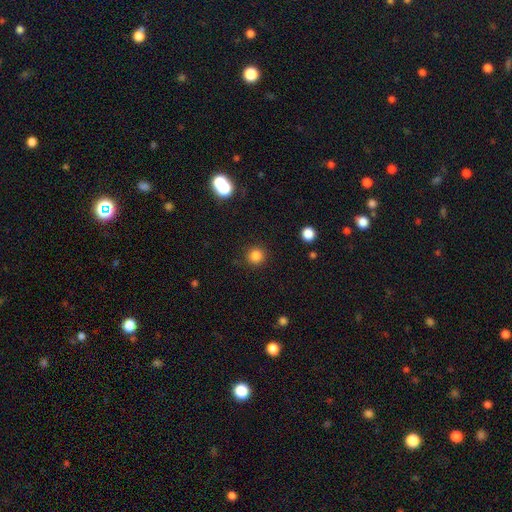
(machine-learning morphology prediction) smooth 84%, star or artifact 12%, featured or disk 4%. Down the decision tree: how rounded — round (95%); merging — none (91%).